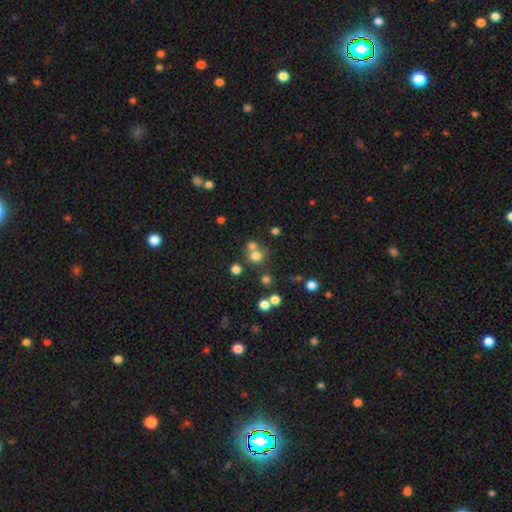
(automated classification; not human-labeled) Morphology: type=smooth (68%); roundness=round (86%); merging=none (56%).